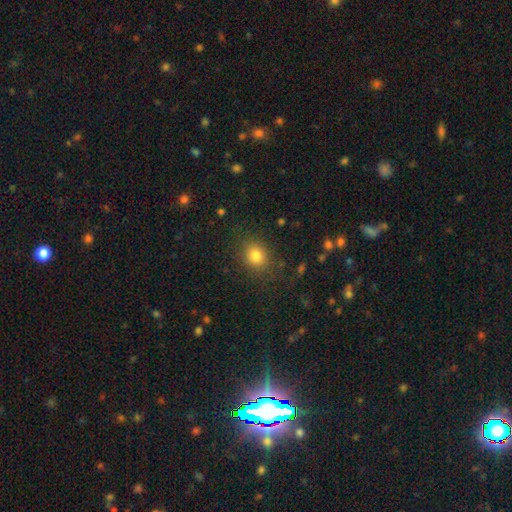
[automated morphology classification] smooth_or_featured: smooth (p=0.80) [alt: star or artifact p=0.13]
how_rounded: round (p=0.69) [alt: in between p=0.30]
merging: none (p=0.84) [alt: minor disturbance p=0.10]